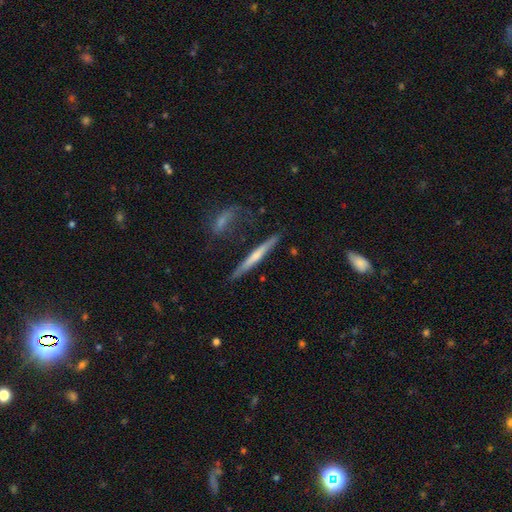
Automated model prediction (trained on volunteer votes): This appears to be a featured or disk galaxy (54%) viewed edge-on (94%) with no central bulge (53%). Merging: none (76%).